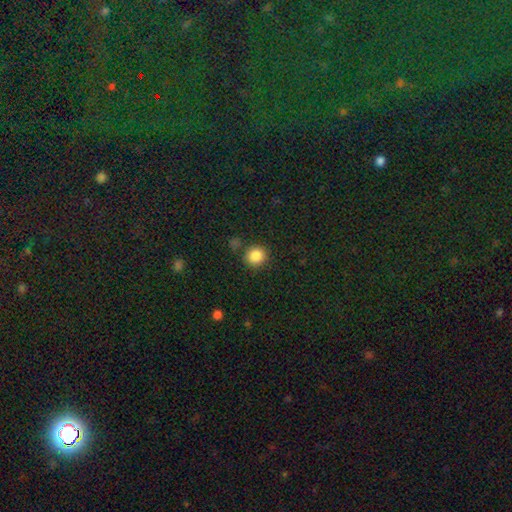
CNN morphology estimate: Q: Smooth or featured?
A: smooth (86%); runner-up: star or artifact (10%)
Q: How rounded?
A: round (88%); runner-up: in between (11%)
Q: Merging?
A: none (82%); runner-up: minor disturbance (9%)